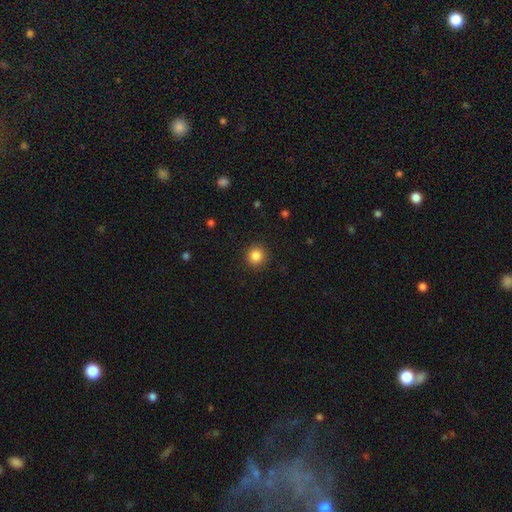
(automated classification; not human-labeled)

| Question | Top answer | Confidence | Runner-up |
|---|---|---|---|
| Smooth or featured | smooth | 86% | star or artifact (10%) |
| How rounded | round | 94% | in between (5%) |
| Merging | none | 92% | minor disturbance (5%) |